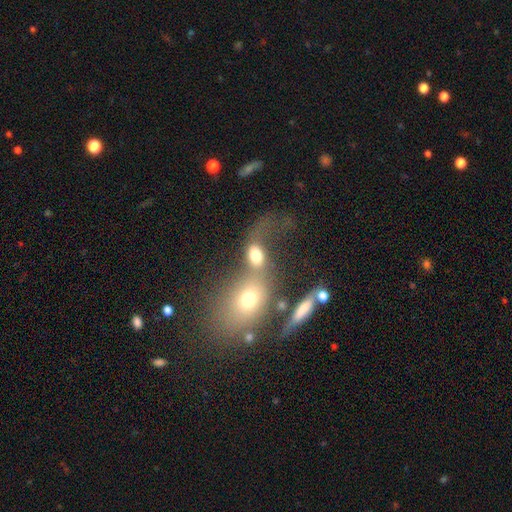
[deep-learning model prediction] Smooth or featured?
  - smooth: 68% *
  - featured or disk: 20%
  - star or artifact: 12%
How rounded?
  - in between: 69% *
  - round: 28%
  - cigar-shaped: 3%
Merging?
  - merger: 57% *
  - none: 18%
  - major disturbance: 16%
  - minor disturbance: 9%